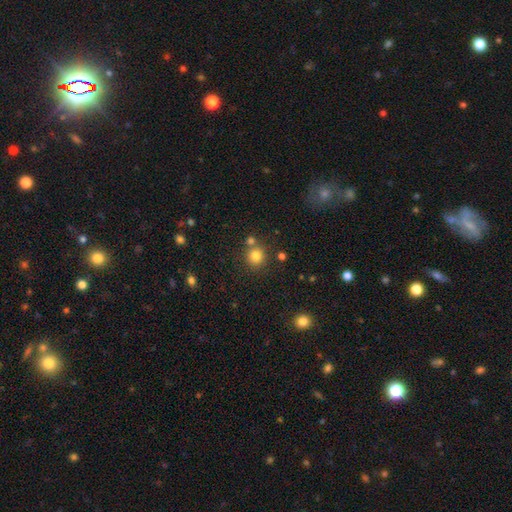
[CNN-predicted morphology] Smooth or featured? Predicted: smooth (p=0.81). How rounded? Predicted: round (p=0.90). Merging? Predicted: none (p=0.72).